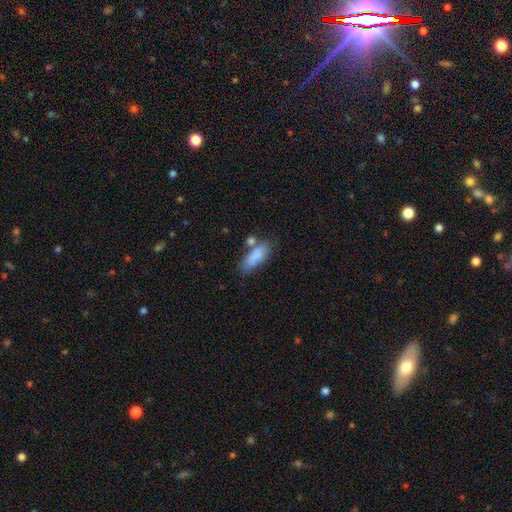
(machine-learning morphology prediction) Smooth or featured? smooth (84%)
How rounded? in between (71%)
Merging? none (57%)